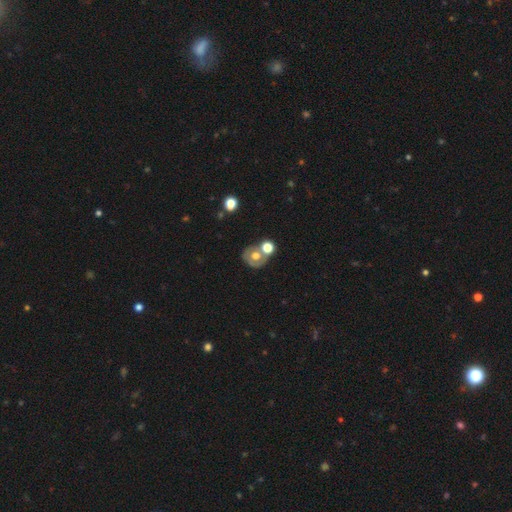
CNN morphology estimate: smooth 49%, featured or disk 41%, star or artifact 11%. Down the decision tree: merging — none (44%).